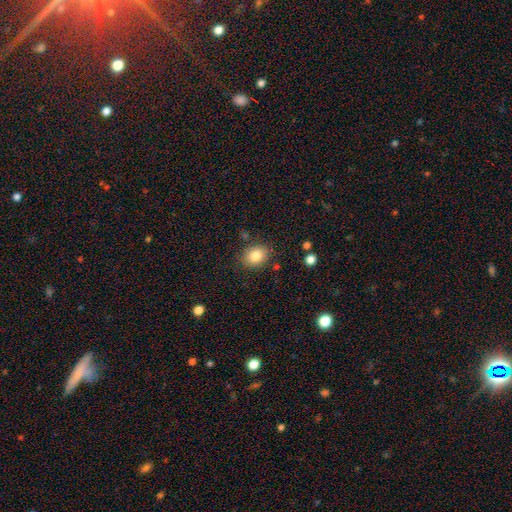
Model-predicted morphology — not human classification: Q: Smooth or featured?
A: smooth (83%); runner-up: star or artifact (9%)
Q: How rounded?
A: in between (54%); runner-up: round (45%)
Q: Merging?
A: none (84%); runner-up: minor disturbance (11%)